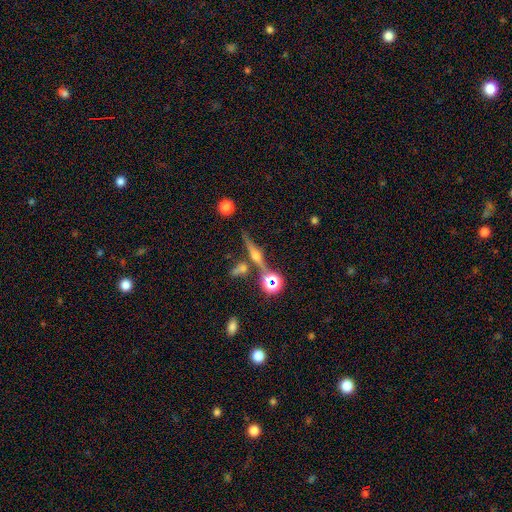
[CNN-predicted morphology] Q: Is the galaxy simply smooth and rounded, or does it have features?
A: featured or disk — 69%.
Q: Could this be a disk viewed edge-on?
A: yes — 94%.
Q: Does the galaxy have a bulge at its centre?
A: rounded — 90%.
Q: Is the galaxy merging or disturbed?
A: none — 75%.